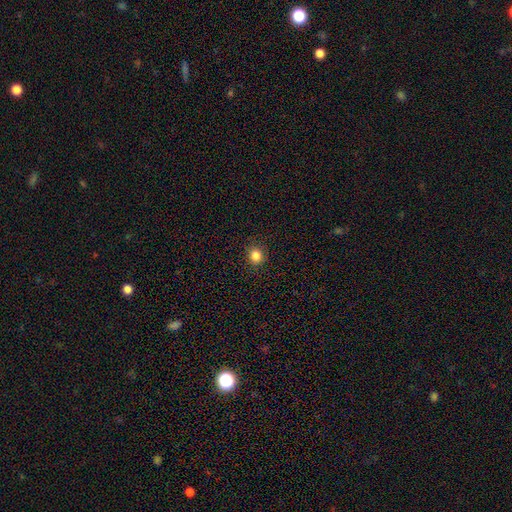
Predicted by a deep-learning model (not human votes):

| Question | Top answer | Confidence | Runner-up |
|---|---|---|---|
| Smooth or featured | smooth | 84% | star or artifact (12%) |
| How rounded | round | 85% | in between (14%) |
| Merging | none | 91% | minor disturbance (6%) |